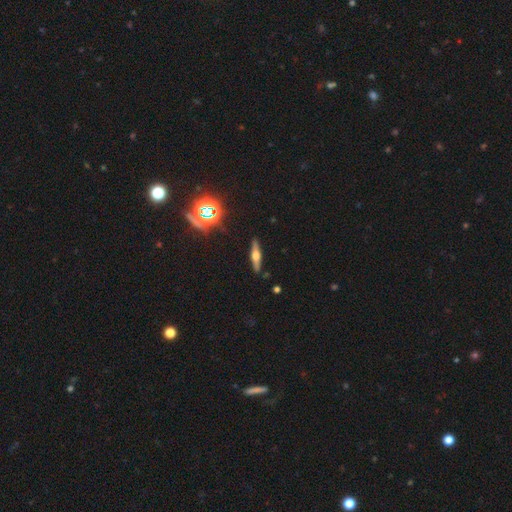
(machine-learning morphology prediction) Smooth or featured: featured or disk — 60% (smooth — 29%)
Edge-on disk: yes — 95% (no — 5%)
Edge-on bulge: rounded — 92% (boxy — 6%)
Merging: none — 90% (minor disturbance — 7%)